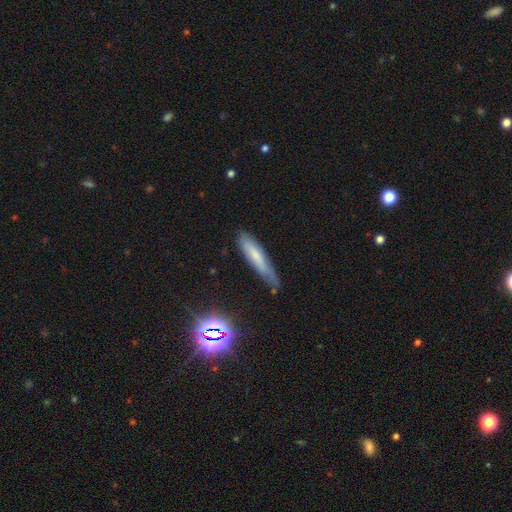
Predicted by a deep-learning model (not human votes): A smooth galaxy with no disk features (59%) that is cigar-shaped (84%). Merging: none (59%).